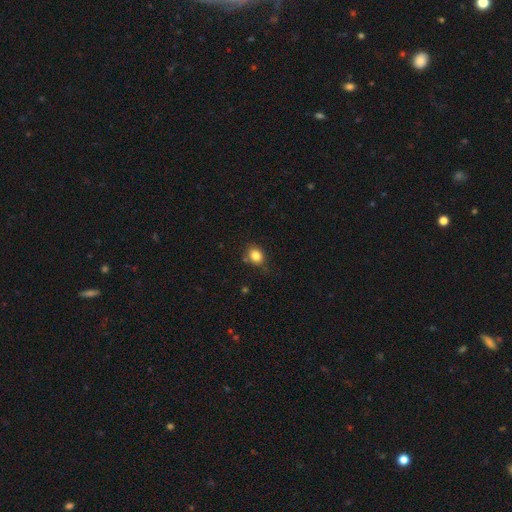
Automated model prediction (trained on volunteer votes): Q: Smooth or featured?
A: smooth (84%); runner-up: star or artifact (11%)
Q: How rounded?
A: round (54%); runner-up: in between (45%)
Q: Merging?
A: none (76%); runner-up: minor disturbance (17%)